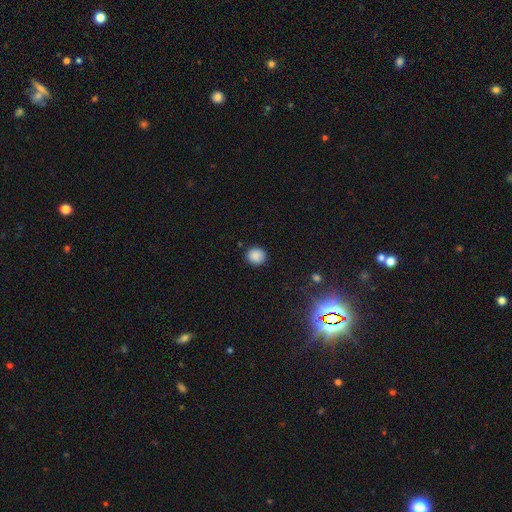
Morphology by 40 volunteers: A smooth galaxy with no disk features (88%) that is round (91%). Merging: none (92%).